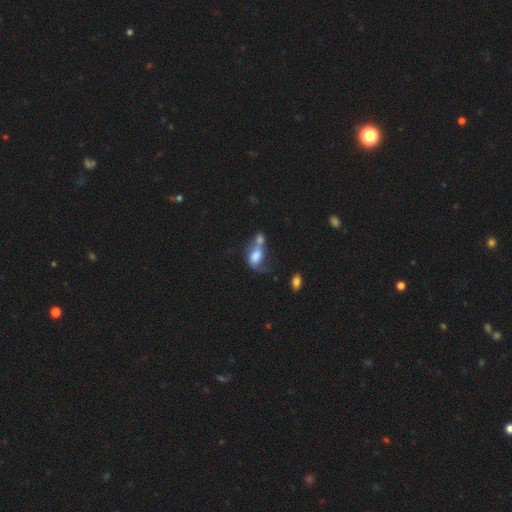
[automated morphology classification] Overall: smooth (61%; featured or disk 29%). How rounded: in between (80%). Merging: merger (62%).